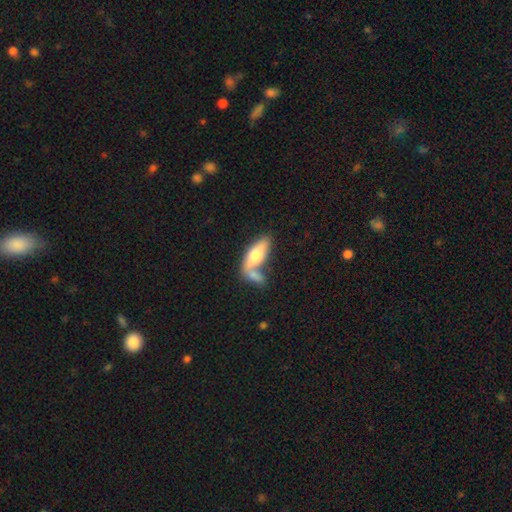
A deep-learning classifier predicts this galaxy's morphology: This appears to be a smooth galaxy with no disk features (65%) that is in between round and cigar-shaped (70%). Merging: merger (48%).